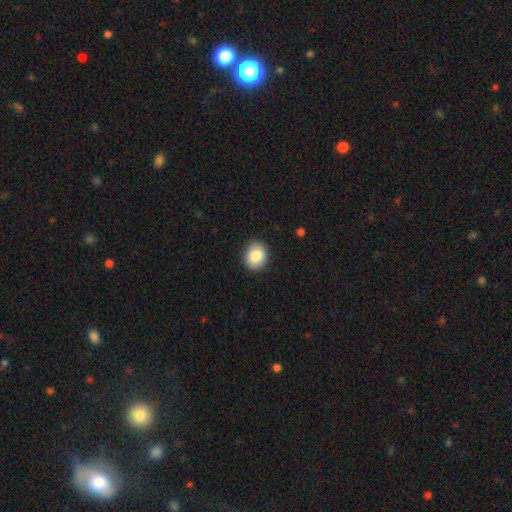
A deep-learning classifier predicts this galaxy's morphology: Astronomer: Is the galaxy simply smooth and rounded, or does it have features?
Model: smooth — 86%.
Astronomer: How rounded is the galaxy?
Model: round — 71%.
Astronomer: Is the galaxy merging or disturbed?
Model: none — 90%.